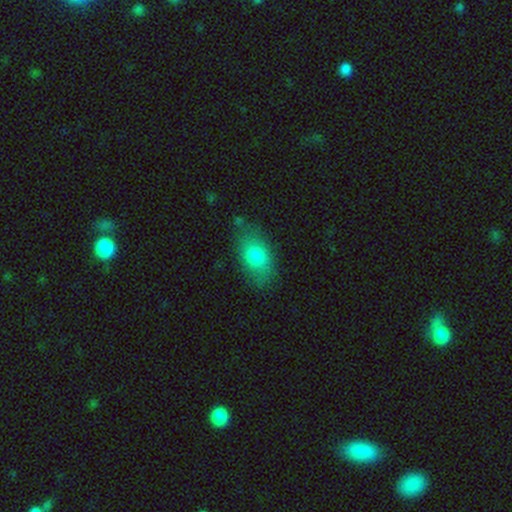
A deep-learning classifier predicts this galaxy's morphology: This is likely a smooth galaxy (78%). How rounded: clearly in between (83%). Merging: likely none (71%).